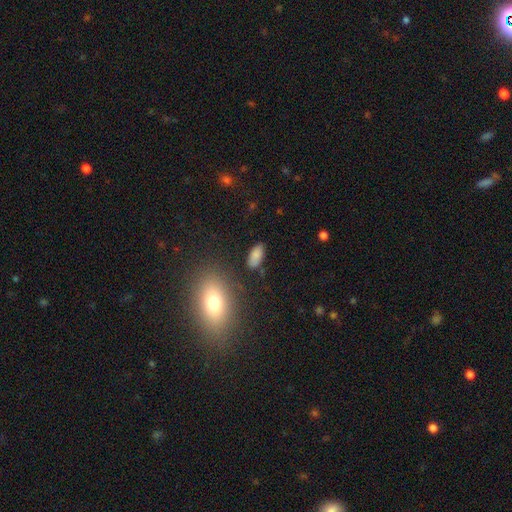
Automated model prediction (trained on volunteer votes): smooth_or_featured: smooth (p=0.83) [alt: star or artifact p=0.10]
how_rounded: in between (p=0.89) [alt: cigar-shaped p=0.07]
merging: none (p=0.81) [alt: minor disturbance p=0.13]